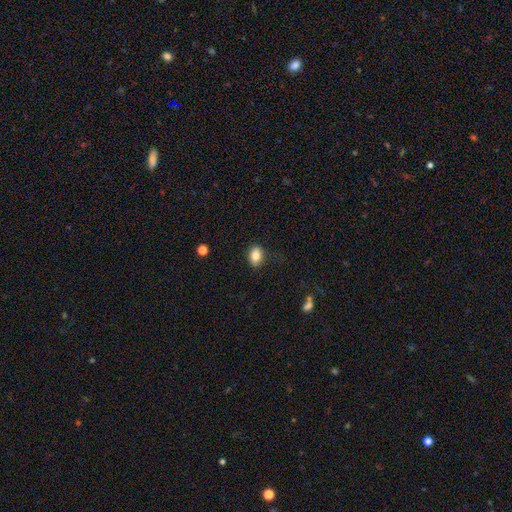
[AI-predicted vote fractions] Smooth or featured: smooth — 81% (featured or disk — 10%)
How rounded: in between — 78% (round — 20%)
Merging: none — 83% (minor disturbance — 13%)